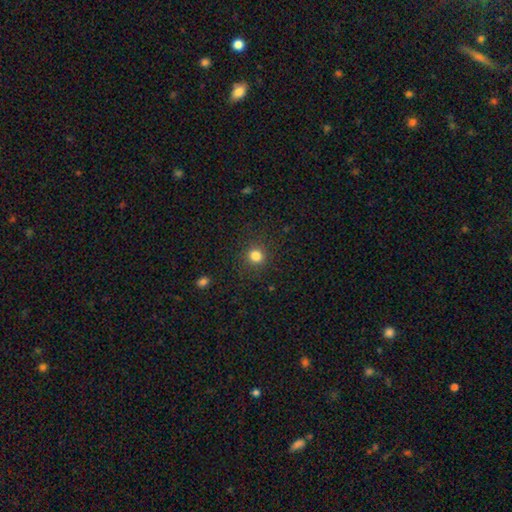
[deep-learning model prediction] Overall: smooth (82%). How rounded: round (88%). Merging: none (88%).